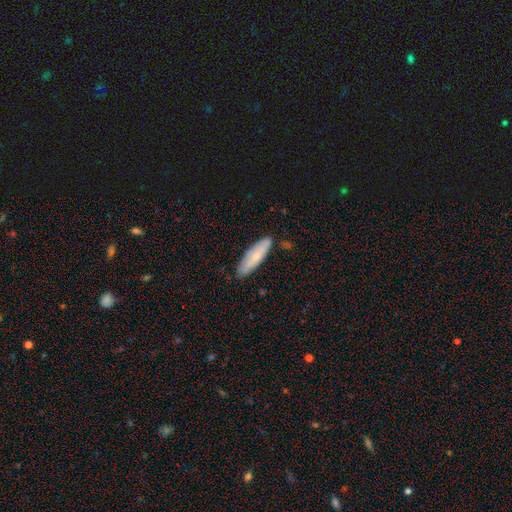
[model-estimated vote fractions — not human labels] smooth 63%, featured or disk 31%, star or artifact 6%. Down the decision tree: how rounded — cigar-shaped (60%); merging — none (80%).